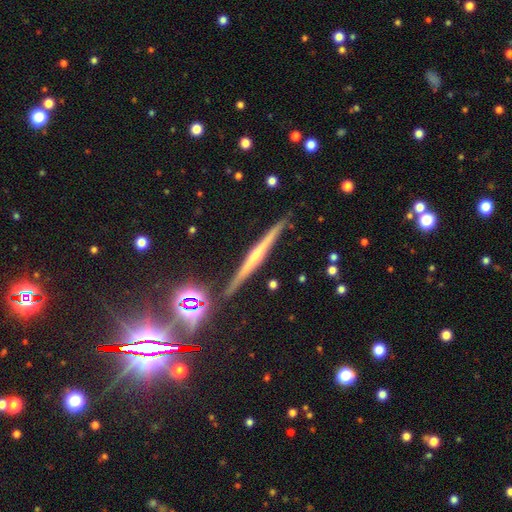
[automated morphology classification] Q: Smooth or featured?
A: featured or disk (69%); runner-up: star or artifact (17%)
Q: Edge-on disk?
A: yes (97%); runner-up: no (3%)
Q: Edge-on bulge?
A: rounded (73%); runner-up: none (18%)
Q: Merging?
A: none (87%); runner-up: minor disturbance (9%)